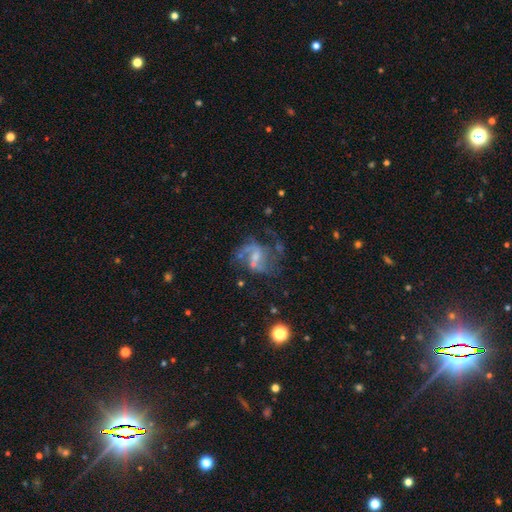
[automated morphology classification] featured or disk 76%, star or artifact 13%, smooth 11%. Down the decision tree: edge-on disk — no (97%); bar — weak (49%); spiral arms — yes (86%); spiral arm count — 2 (64%); spiral winding — medium (47%); bulge size — small (50%); merging — none (50%).